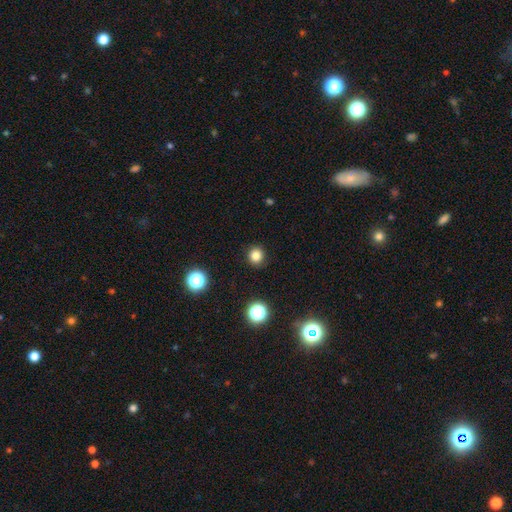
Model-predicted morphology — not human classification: Overall: smooth (81%). How rounded: round (92%). Merging: none (92%).